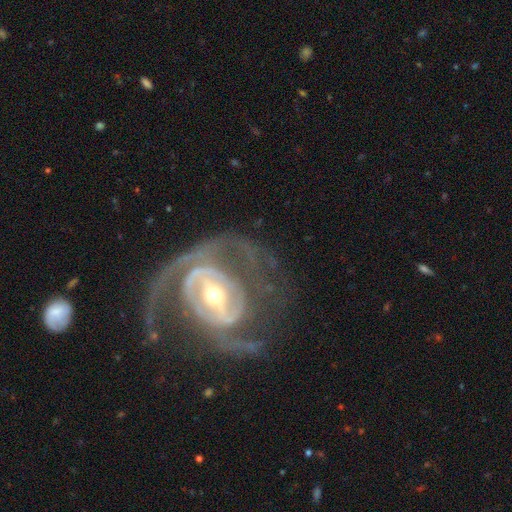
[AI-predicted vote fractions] A featured or disk galaxy (89%) with a weak bar (36%), 2 (51%) tight (49%) spiral arms (93%) and a moderate central bulge (51%). Merging: none (53%).